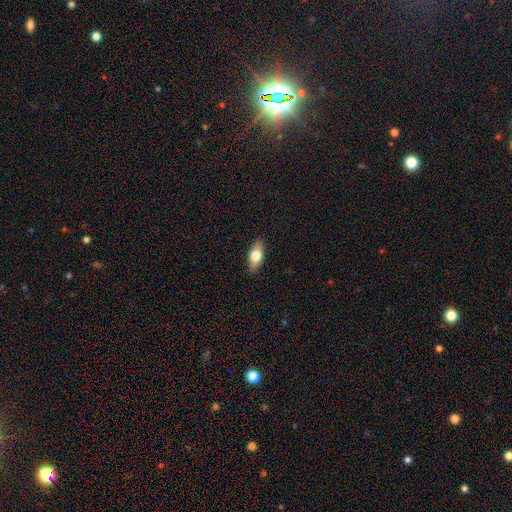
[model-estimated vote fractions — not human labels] Overall: smooth (71%). How rounded: in between (85%). Merging: none (86%).